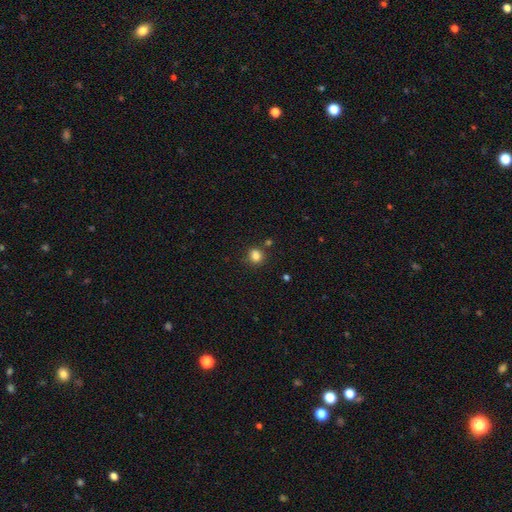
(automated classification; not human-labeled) Morphology: type=smooth (83%); roundness=round (76%); merging=none (79%).